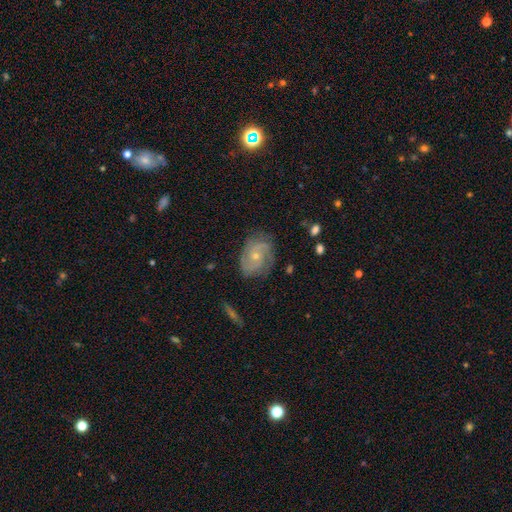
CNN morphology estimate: Q: Smooth or featured?
A: featured or disk (79%); runner-up: smooth (14%)
Q: Edge-on disk?
A: no (97%); runner-up: yes (3%)
Q: Bar?
A: no (72%); runner-up: weak (24%)
Q: Spiral arms?
A: yes (93%); runner-up: no (7%)
Q: Spiral winding?
A: tight (45%); runner-up: medium (42%)
Q: Spiral arm count?
A: 2 (58%); runner-up: can't tell (18%)
Q: Bulge size?
A: small (64%); runner-up: moderate (33%)
Q: Merging?
A: none (74%); runner-up: minor disturbance (19%)